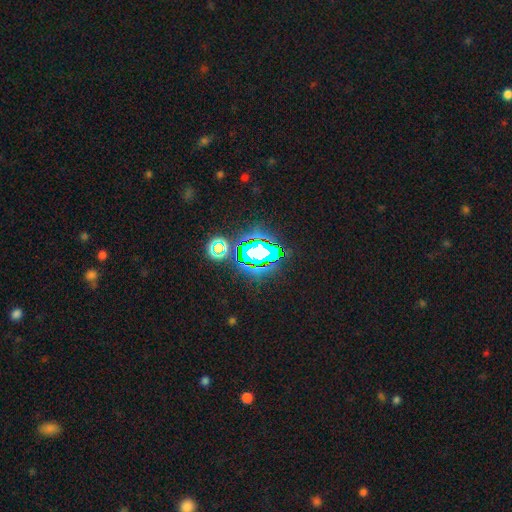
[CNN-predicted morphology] Smooth or featured: star or artifact — 64% (smooth — 21%)